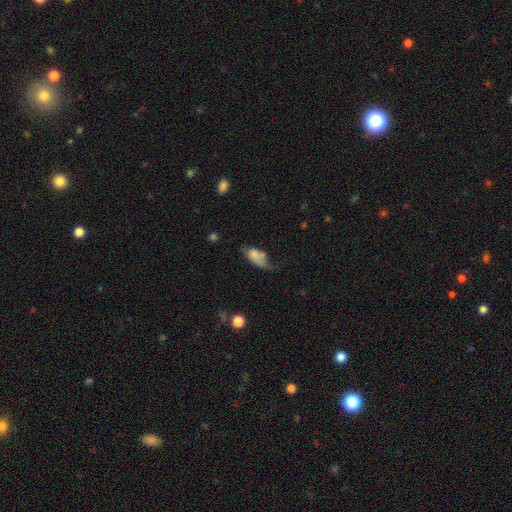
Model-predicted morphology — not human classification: smooth 72%, featured or disk 19%, star or artifact 9%. Down the decision tree: how rounded — in between (89%); merging — major disturbance (33%).